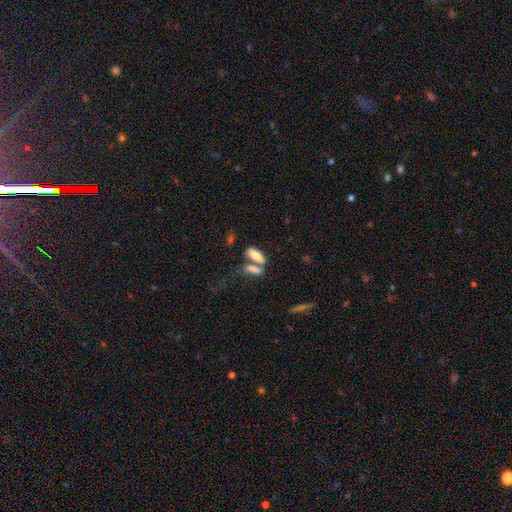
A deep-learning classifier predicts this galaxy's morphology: Q: Smooth or featured?
A: smooth (77%); runner-up: featured or disk (15%)
Q: How rounded?
A: in between (72%); runner-up: cigar-shaped (24%)
Q: Merging?
A: none (43%); runner-up: merger (41%)